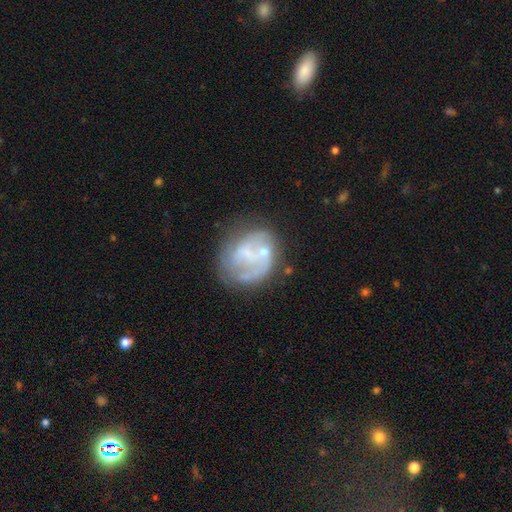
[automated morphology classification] smooth-or-featured: featured or disk: 64% | smooth: 27% | star or artifact: 9%
  disk-edge-on: no: 98% | yes: 2%
    bar: no: 63% | weak: 30% | strong: 7%
    has-spiral-arms: yes: 56% | no: 44%
    bulge-size: small: 44% | none: 30% | moderate: 22% | large: 2% | dominant: 1%
  merging: none: 45% | major disturbance: 23% | minor disturbance: 22% | merger: 10%